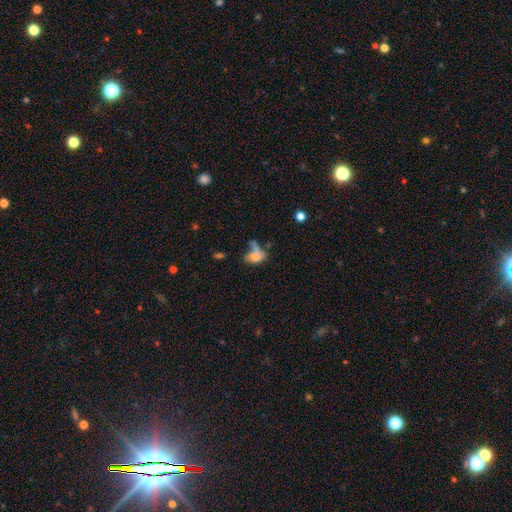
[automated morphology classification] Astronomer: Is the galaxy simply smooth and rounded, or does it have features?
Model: smooth — 62%.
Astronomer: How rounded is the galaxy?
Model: in between — 78%.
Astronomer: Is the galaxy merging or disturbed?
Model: merger — 29% (runner-up: major disturbance, 28%).